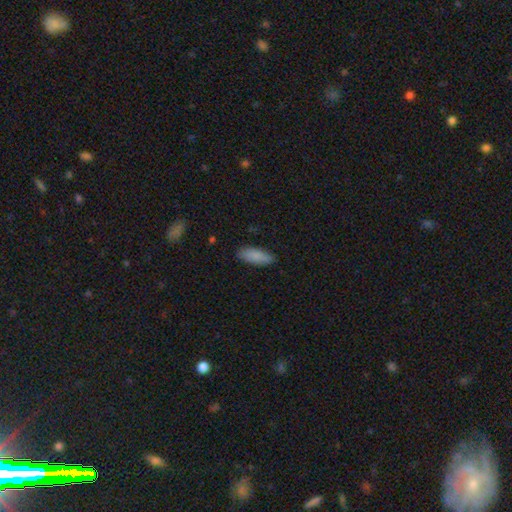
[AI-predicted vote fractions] Morphology: type=smooth (86%); roundness=in between (69%); merging=none (85%).